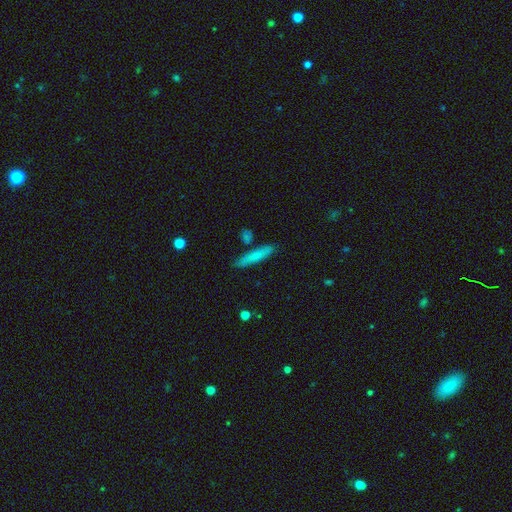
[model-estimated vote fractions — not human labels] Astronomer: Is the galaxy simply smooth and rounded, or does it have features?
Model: smooth — 72%.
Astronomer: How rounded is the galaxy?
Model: cigar-shaped — 89%.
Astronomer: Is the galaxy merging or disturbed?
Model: none — 83%.